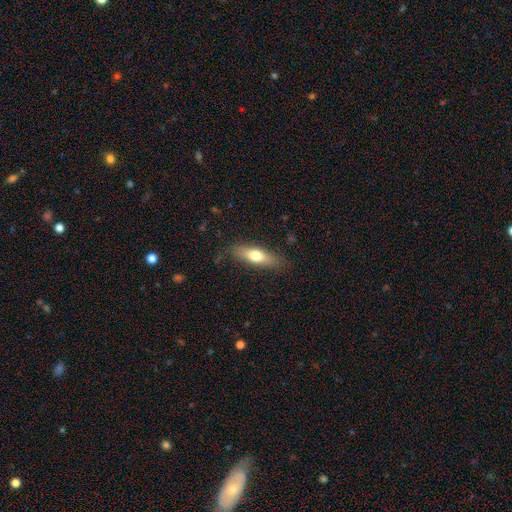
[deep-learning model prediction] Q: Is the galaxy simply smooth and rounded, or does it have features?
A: smooth — 64%.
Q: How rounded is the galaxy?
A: cigar-shaped — 52%.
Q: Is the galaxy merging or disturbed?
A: none — 83%.